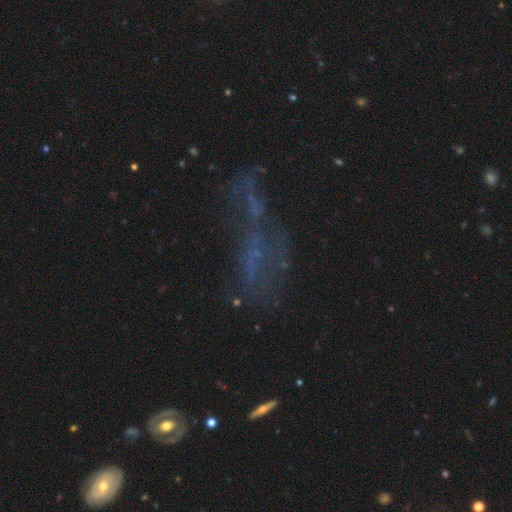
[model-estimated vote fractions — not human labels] smooth_or_featured: featured or disk (p=0.40) [alt: star or artifact p=0.35]
merging: major disturbance (p=0.37) [alt: none p=0.34]